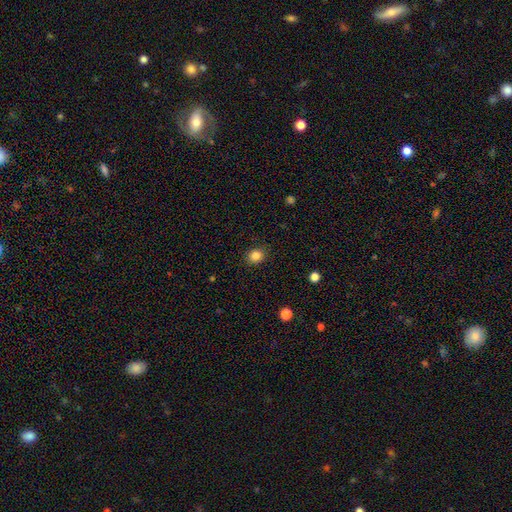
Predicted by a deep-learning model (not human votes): The model was most divided on "how rounded": round: 69%, in between: 30%, cigar-shaped: 1%. More confident: merging — none (89%); smooth or featured — smooth (84%).